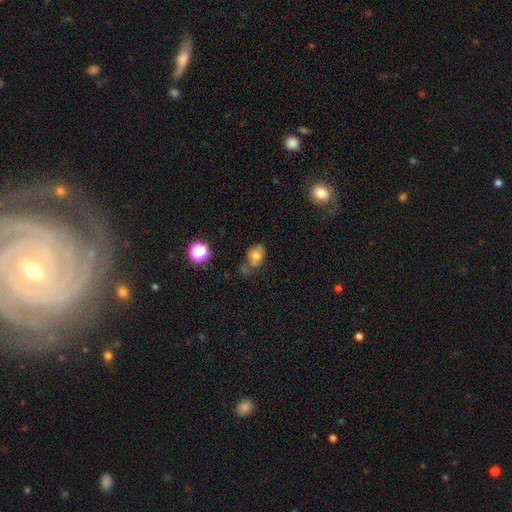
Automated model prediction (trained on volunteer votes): This is likely a smooth galaxy (70%). How rounded: likely in between (63%). Merging: possibly none (49%).